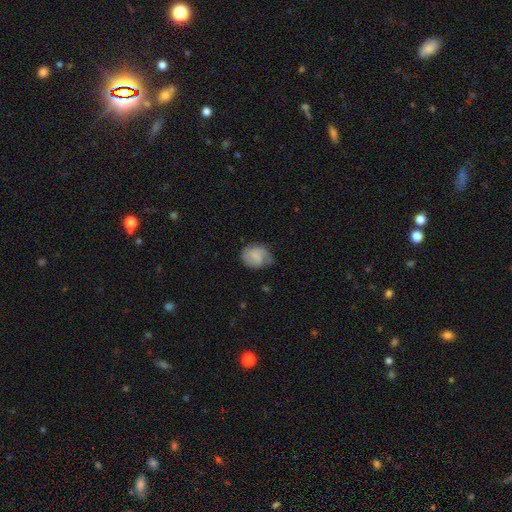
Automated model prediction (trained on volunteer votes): This appears to be a smooth galaxy with no disk features (60%) that is round (52%). Merging: none (57%).